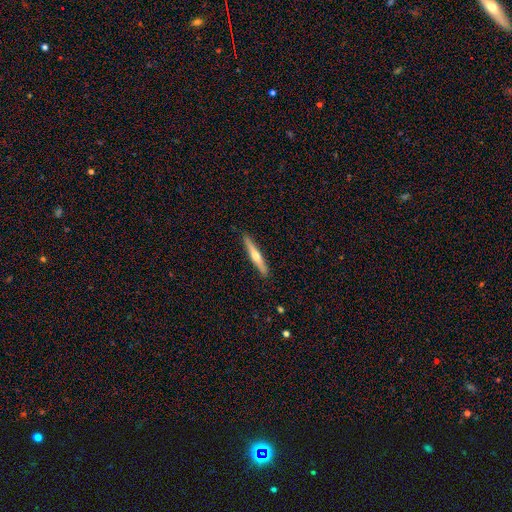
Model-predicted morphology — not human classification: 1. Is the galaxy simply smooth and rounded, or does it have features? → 55% featured or disk, 39% smooth, 5% star or artifact.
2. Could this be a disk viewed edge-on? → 96% yes, 4% no.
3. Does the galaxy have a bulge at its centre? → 87% rounded, 10% none, 3% boxy.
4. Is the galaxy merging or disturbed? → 91% none, 7% minor disturbance, 1% major disturbance, 1% merger.